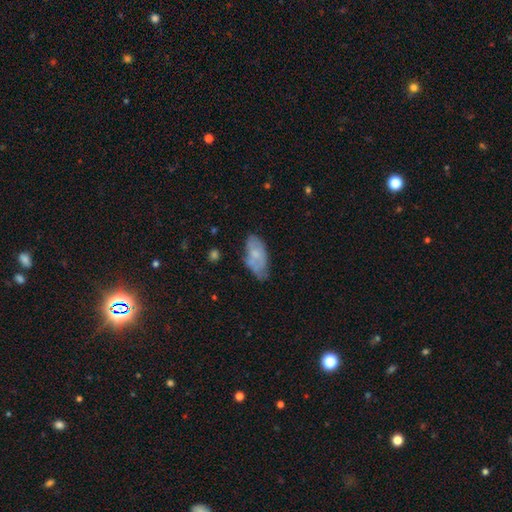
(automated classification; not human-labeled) Smooth or featured: smooth — 62% (featured or disk — 31%)
How rounded: in between — 90% (cigar-shaped — 7%)
Merging: none — 49% (minor disturbance — 34%)